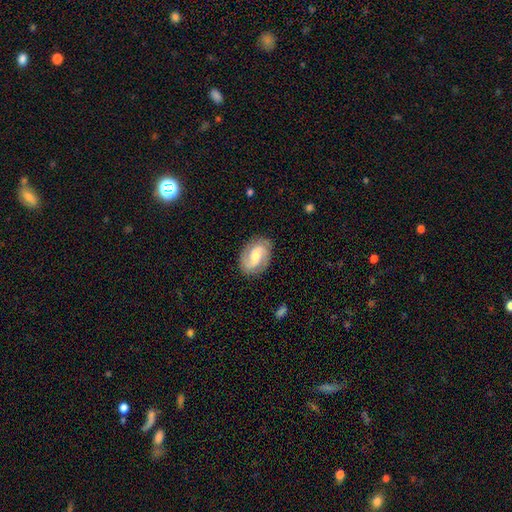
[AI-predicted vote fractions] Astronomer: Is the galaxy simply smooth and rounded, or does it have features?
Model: featured or disk — 77%.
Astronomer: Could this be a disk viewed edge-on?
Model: no — 97%.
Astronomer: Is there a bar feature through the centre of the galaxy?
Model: weak — 46% (runner-up: no, 38%).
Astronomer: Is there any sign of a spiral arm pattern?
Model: yes — 95%.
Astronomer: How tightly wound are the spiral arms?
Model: medium — 48% (runner-up: tight, 31%).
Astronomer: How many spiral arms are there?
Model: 2 — 87%.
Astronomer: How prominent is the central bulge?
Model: moderate — 53% (runner-up: small, 33%).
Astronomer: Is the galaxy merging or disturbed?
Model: none — 83%.